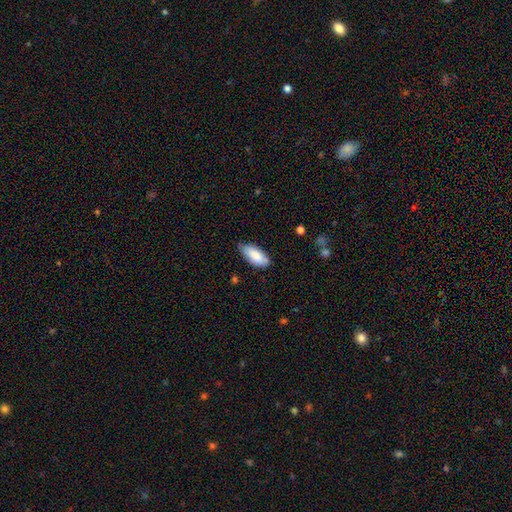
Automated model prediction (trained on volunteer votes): Q: Smooth or featured?
A: smooth (83%); runner-up: featured or disk (12%)
Q: How rounded?
A: in between (87%); runner-up: cigar-shaped (11%)
Q: Merging?
A: none (71%); runner-up: minor disturbance (24%)